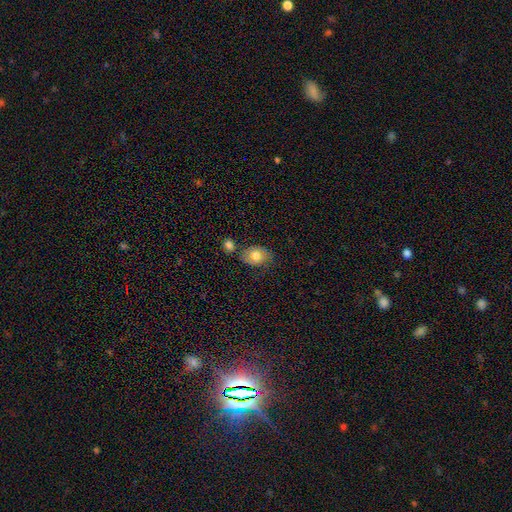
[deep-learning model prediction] Overall: smooth (78%). How rounded: in between (68%; round 31%). Merging: none (64%).